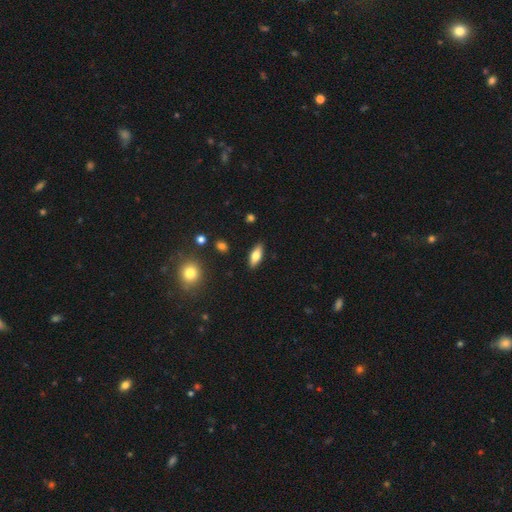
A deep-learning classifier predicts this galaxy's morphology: Q: Smooth or featured?
A: smooth (70%); runner-up: featured or disk (23%)
Q: How rounded?
A: in between (74%); runner-up: cigar-shaped (23%)
Q: Merging?
A: none (89%); runner-up: minor disturbance (8%)